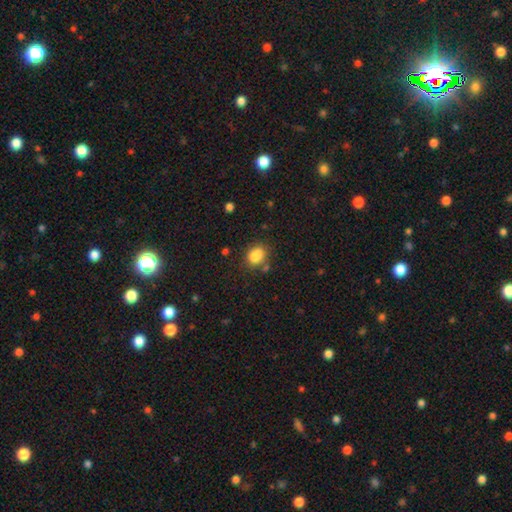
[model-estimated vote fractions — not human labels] Morphology: type=smooth (84%); roundness=in between (58%); merging=none (69%).